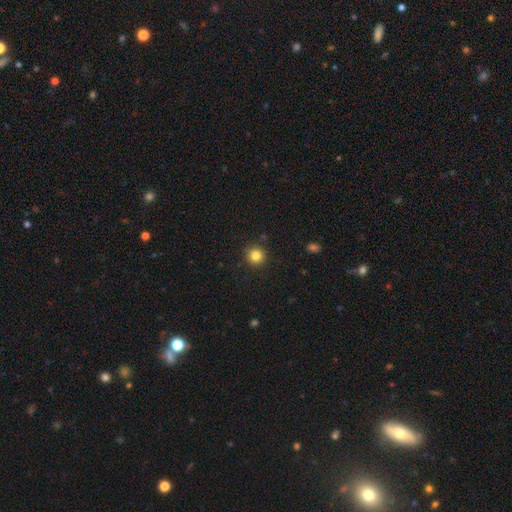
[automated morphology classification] Smooth or featured? Predicted: smooth (p=0.83). How rounded? Predicted: round (p=0.95). Merging? Predicted: none (p=0.91).